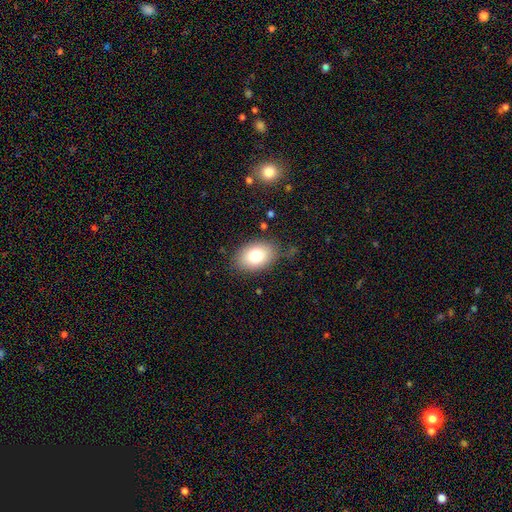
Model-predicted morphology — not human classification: smooth 79%, featured or disk 13%, star or artifact 8%. Down the decision tree: how rounded — in between (86%); merging — none (82%).